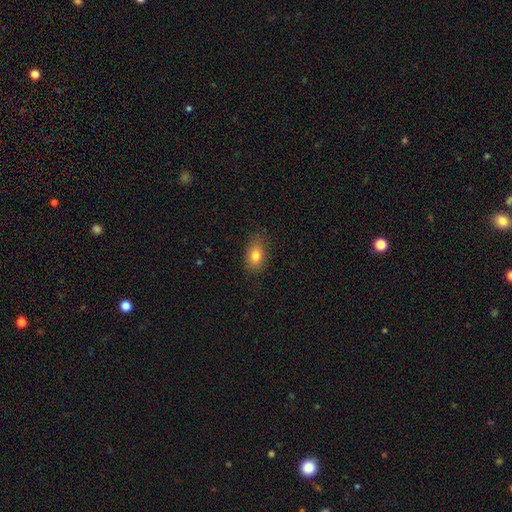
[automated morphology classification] Smooth or featured?
  - smooth: 80% *
  - featured or disk: 10%
  - star or artifact: 10%
How rounded?
  - in between: 79% *
  - round: 19%
  - cigar-shaped: 2%
Merging?
  - none: 80% *
  - minor disturbance: 15%
  - major disturbance: 4%
  - merger: 1%